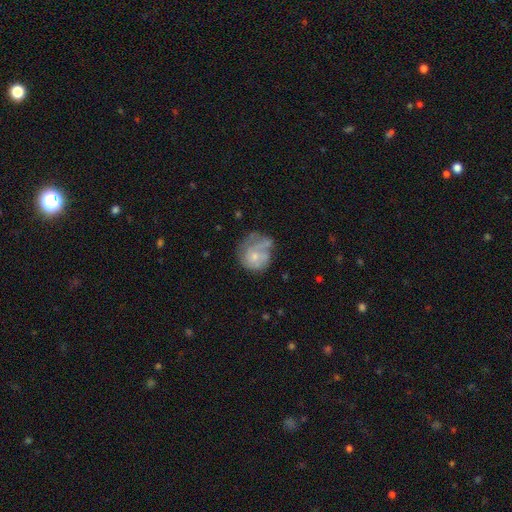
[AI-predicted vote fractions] Morphology: type=smooth (46%, tied with featured or disk); merging=none (36%).